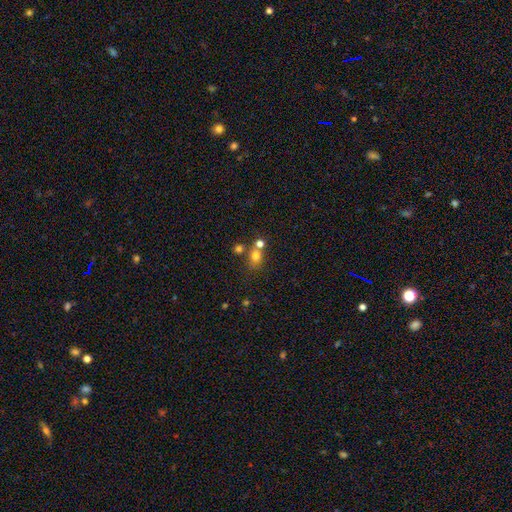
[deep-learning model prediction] smooth-or-featured: smooth: 72% | star or artifact: 17% | featured or disk: 11%
  how-rounded: round: 64% | in between: 34% | cigar-shaped: 1%
  merging: none: 51% | merger: 34% | minor disturbance: 10% | major disturbance: 5%